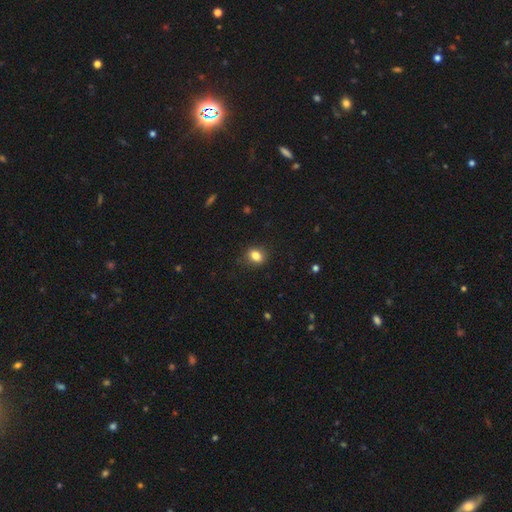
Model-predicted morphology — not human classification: Smooth or featured?
  - smooth: 83% *
  - star or artifact: 10%
  - featured or disk: 6%
How rounded?
  - in between: 55% *
  - round: 44%
  - cigar-shaped: 1%
Merging?
  - none: 84% *
  - minor disturbance: 12%
  - major disturbance: 3%
  - merger: 1%